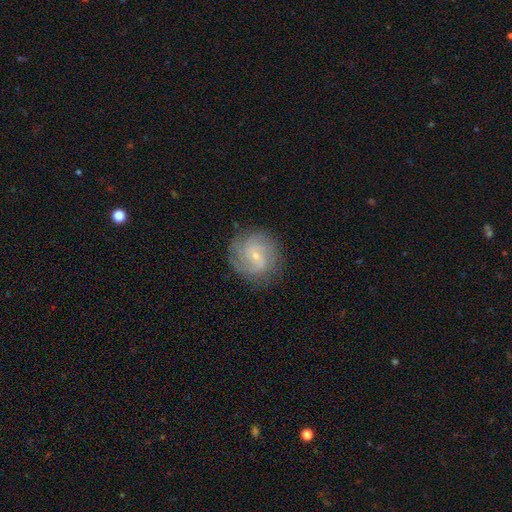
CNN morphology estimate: Overall: featured or disk (78%). Edge-on disk: no (98%). Bar: no (54%; weak 39%). Spiral arms: yes (95%). Spiral arm count: 2 (29%; can't tell 25%). Spiral winding: tight (47%; medium 40%). Bulge size: small (79%). Merging: none (82%).